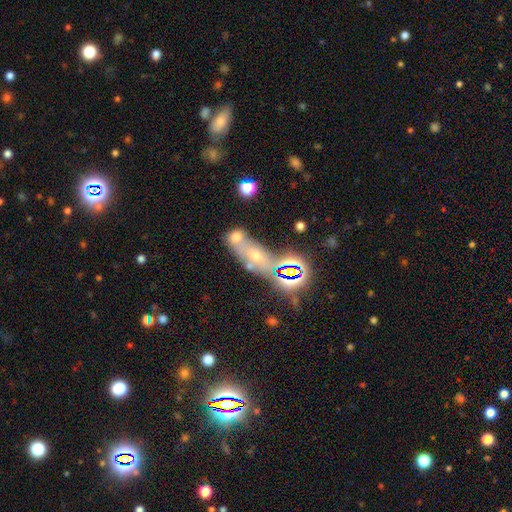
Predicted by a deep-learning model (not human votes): This is marginally a smooth galaxy (40%). Merging: marginally merger (44%).